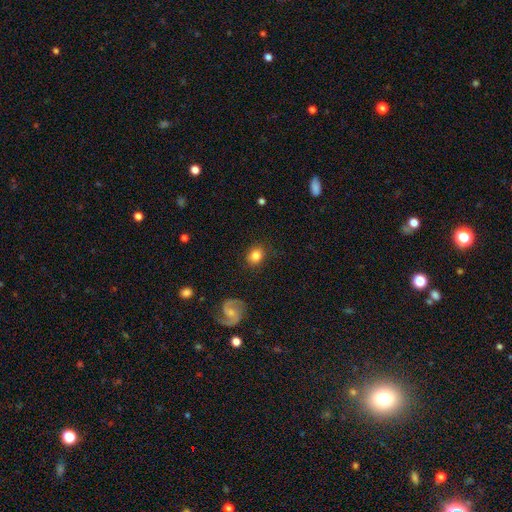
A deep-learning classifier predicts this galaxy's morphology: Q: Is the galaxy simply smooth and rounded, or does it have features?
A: smooth — 81%.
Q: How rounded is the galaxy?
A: round — 65%.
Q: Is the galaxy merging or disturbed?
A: none — 85%.